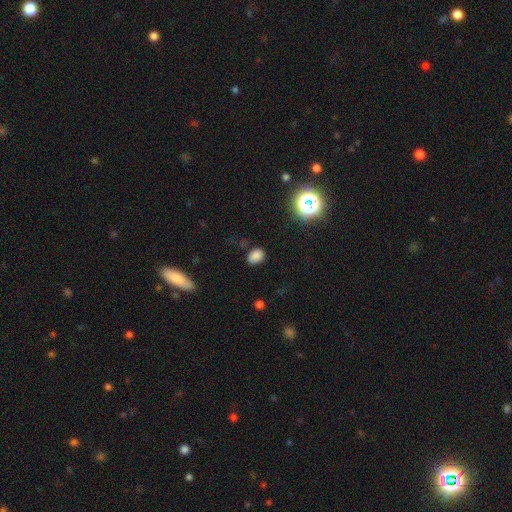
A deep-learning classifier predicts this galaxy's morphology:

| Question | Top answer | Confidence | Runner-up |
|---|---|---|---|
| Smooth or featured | smooth | 79% | star or artifact (16%) |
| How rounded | in between | 74% | round (25%) |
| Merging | none | 79% | minor disturbance (15%) |